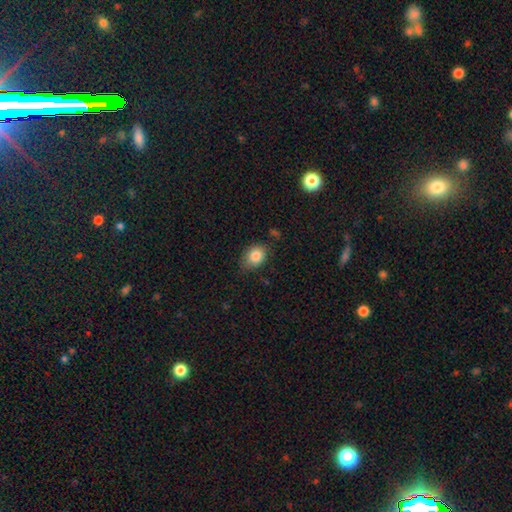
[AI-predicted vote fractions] This appears to be a smooth galaxy with no disk features (84%) that is in between round and cigar-shaped (62%). Merging: none (71%).